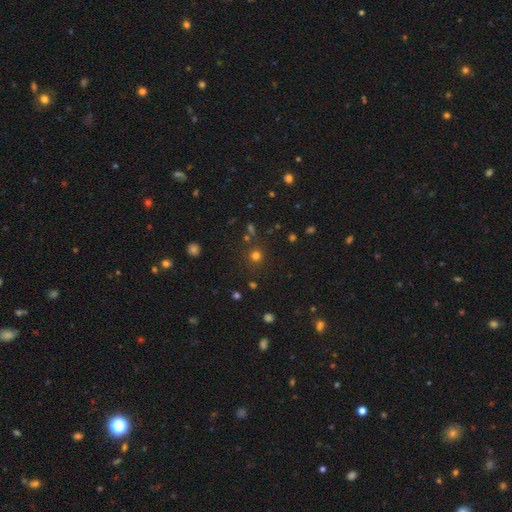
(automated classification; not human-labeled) Q: Smooth or featured?
A: smooth (72%); runner-up: star or artifact (22%)
Q: How rounded?
A: round (92%); runner-up: in between (7%)
Q: Merging?
A: none (85%); runner-up: minor disturbance (8%)